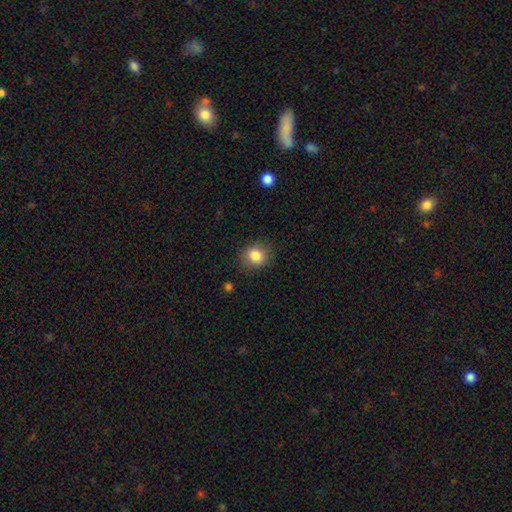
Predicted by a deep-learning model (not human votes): The model was most divided on "how rounded": round: 73%, in between: 26%, cigar-shaped: 1%. More confident: smooth or featured — smooth (84%); merging — none (82%).